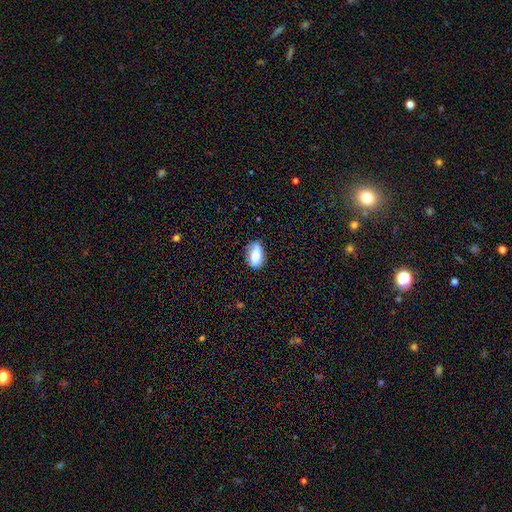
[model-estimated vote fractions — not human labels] smooth_or_featured: smooth (p=0.81) [alt: featured or disk p=0.12]
how_rounded: in between (p=0.84) [alt: cigar-shaped p=0.11]
merging: none (p=0.72) [alt: minor disturbance p=0.22]